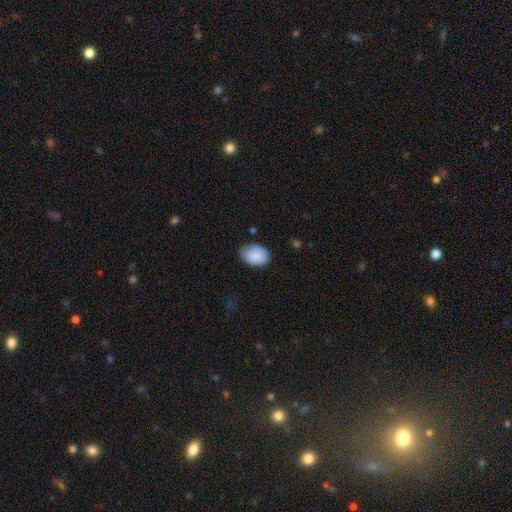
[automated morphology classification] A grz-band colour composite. It shows a smooth galaxy with no disk features (86%) that is in between round and cigar-shaped (81%). Merging: none (71%).